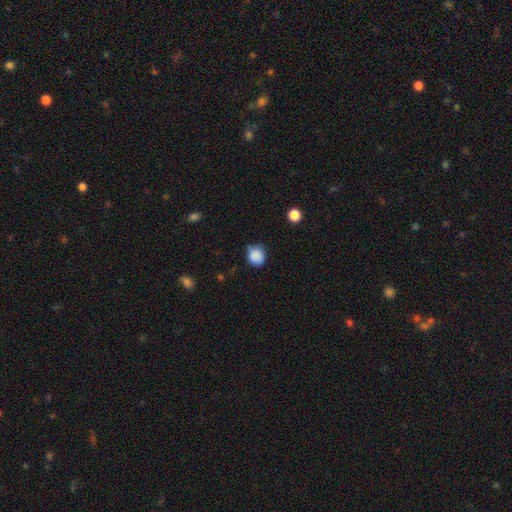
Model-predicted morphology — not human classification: smooth-or-featured: smooth: 87% | star or artifact: 9% | featured or disk: 4%
  how-rounded: round: 82% | in between: 17% | cigar-shaped: 1%
  merging: none: 70% | minor disturbance: 23% | major disturbance: 4% | merger: 2%